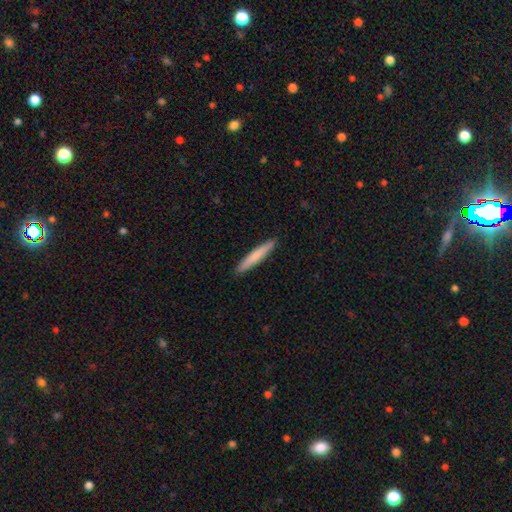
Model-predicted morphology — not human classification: Smooth or featured?
  - smooth: 73% *
  - featured or disk: 22%
  - star or artifact: 5%
How rounded?
  - cigar-shaped: 95% *
  - in between: 4%
  - round: 1%
Merging?
  - none: 92% *
  - minor disturbance: 5%
  - major disturbance: 1%
  - merger: 1%